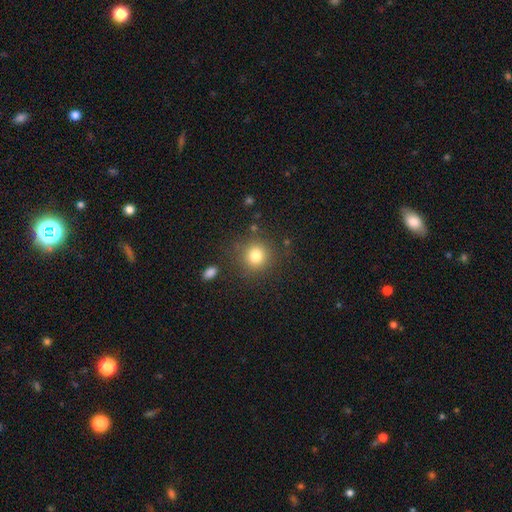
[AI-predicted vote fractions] A smooth galaxy with no disk features (80%) that is round (90%). Merging: none (84%).